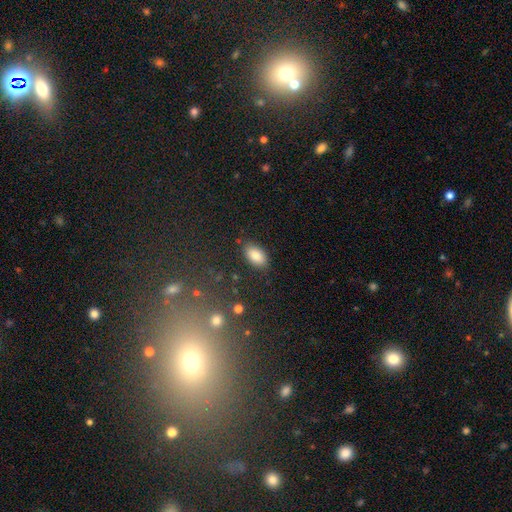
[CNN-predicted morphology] smooth-or-featured: smooth: 84% | star or artifact: 8% | featured or disk: 7%
  how-rounded: in between: 93% | round: 5% | cigar-shaped: 2%
  merging: none: 85% | minor disturbance: 10% | major disturbance: 3% | merger: 2%